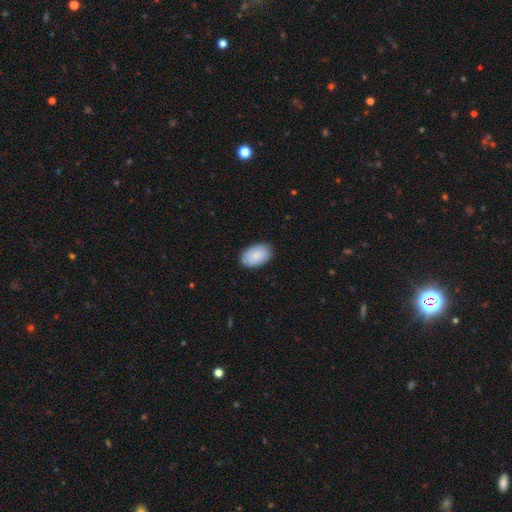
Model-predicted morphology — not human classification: A smooth galaxy with no disk features (85%) that is in between round and cigar-shaped (93%).

Vote fractions:
- Smooth or featured? smooth: 85% / featured or disk: 9% / star or artifact: 6%
- How rounded? in between: 93% / round: 6% / cigar-shaped: 1%
- Merging? none: 87% / minor disturbance: 10% / major disturbance: 2% / merger: 1%